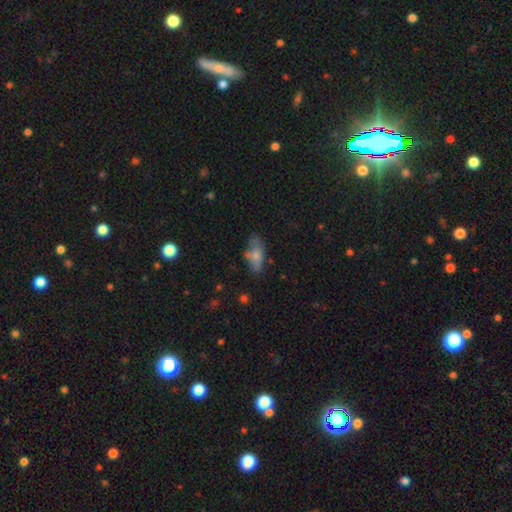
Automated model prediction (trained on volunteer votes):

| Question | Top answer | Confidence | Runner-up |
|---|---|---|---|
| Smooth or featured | smooth | 70% | featured or disk (22%) |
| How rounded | in between | 82% | cigar-shaped (14%) |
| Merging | none | 51% | minor disturbance (27%) |